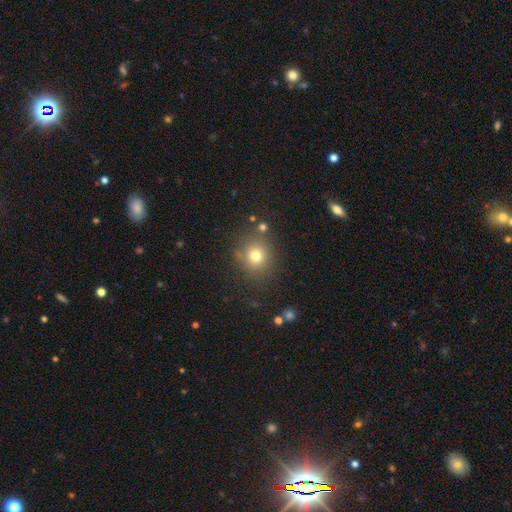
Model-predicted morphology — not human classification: Smooth or featured?
  - smooth: 74% *
  - star or artifact: 16%
  - featured or disk: 9%
How rounded?
  - round: 84% *
  - in between: 15%
  - cigar-shaped: 1%
Merging?
  - none: 80% *
  - minor disturbance: 11%
  - merger: 5%
  - major disturbance: 4%